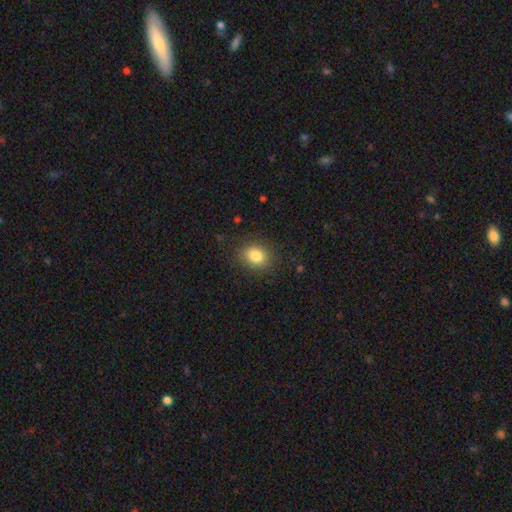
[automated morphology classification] Smooth or featured? Predicted: smooth (p=0.83). How rounded? Predicted: in between (p=0.52). Merging? Predicted: none (p=0.85).